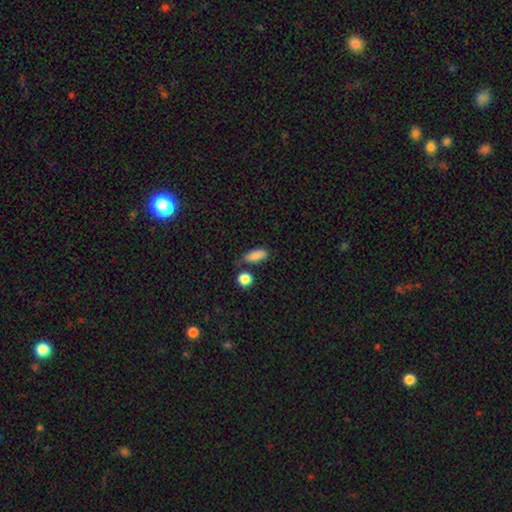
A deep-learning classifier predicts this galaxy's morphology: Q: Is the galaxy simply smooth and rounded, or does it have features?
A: smooth — 85%.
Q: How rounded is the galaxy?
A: in between — 80%.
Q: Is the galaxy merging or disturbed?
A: none — 60%.